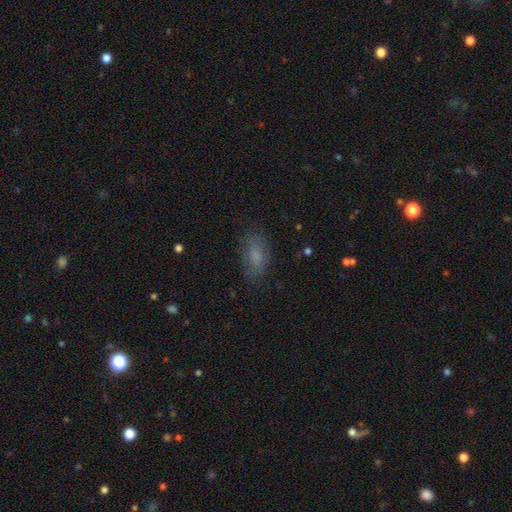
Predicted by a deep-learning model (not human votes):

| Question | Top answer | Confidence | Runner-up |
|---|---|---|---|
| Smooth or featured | smooth | 74% | featured or disk (16%) |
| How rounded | in between | 87% | cigar-shaped (7%) |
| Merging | none | 78% | minor disturbance (15%) |